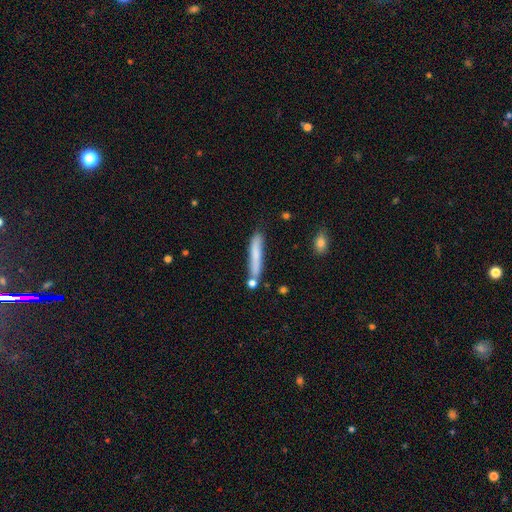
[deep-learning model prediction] Smooth or featured? smooth (71%)
How rounded? cigar-shaped (93%)
Merging? none (72%)